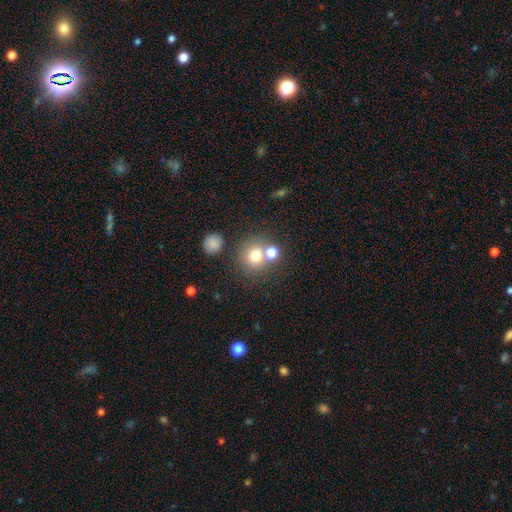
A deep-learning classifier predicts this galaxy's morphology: Smooth or featured: smooth — 73% (star or artifact — 15%)
How rounded: round — 87% (in between — 12%)
Merging: none — 59% (merger — 29%)